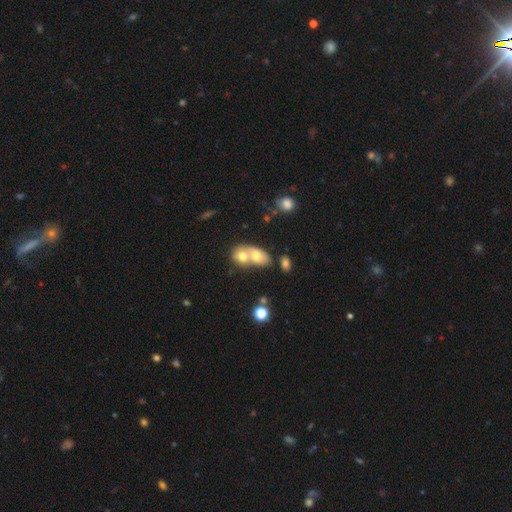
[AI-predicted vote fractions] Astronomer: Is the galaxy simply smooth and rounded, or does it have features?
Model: smooth — 63%.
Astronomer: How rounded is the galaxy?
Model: in between — 67%.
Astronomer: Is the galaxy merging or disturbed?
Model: merger — 74%.